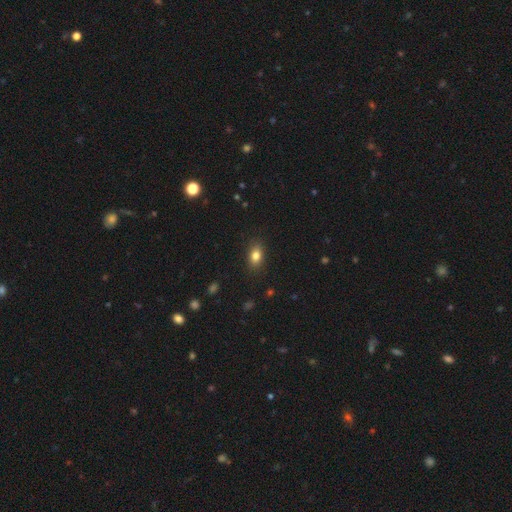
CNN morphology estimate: Smooth or featured: smooth — 82% (star or artifact — 10%)
How rounded: in between — 80% (round — 17%)
Merging: none — 87% (minor disturbance — 9%)